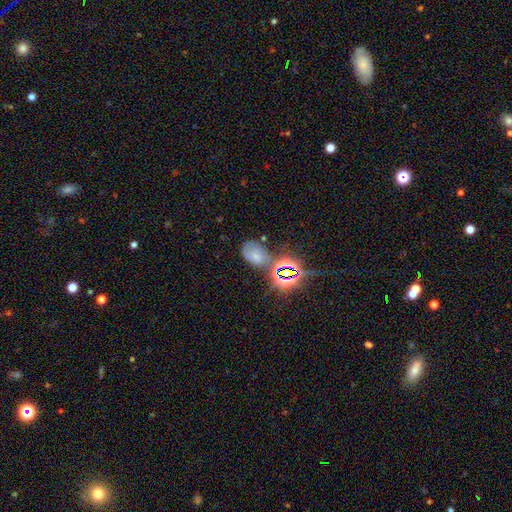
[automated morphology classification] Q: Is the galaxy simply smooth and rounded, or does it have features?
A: smooth — 45%.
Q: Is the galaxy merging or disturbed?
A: none — 46%.